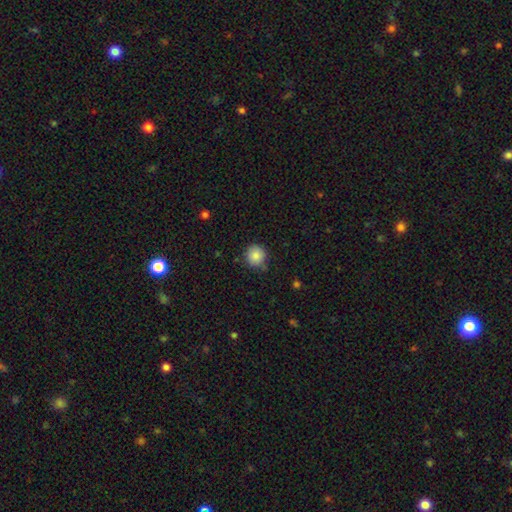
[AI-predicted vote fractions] Smooth or featured?
  - smooth: 85% *
  - star or artifact: 10%
  - featured or disk: 6%
How rounded?
  - round: 90% *
  - in between: 9%
  - cigar-shaped: 1%
Merging?
  - none: 83% *
  - minor disturbance: 12%
  - major disturbance: 3%
  - merger: 2%